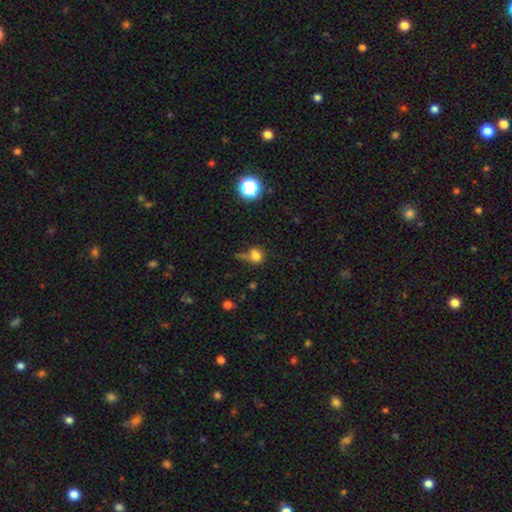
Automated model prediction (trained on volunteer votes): Smooth or featured? smooth (74%)
How rounded? round (76%)
Merging? none (44%)